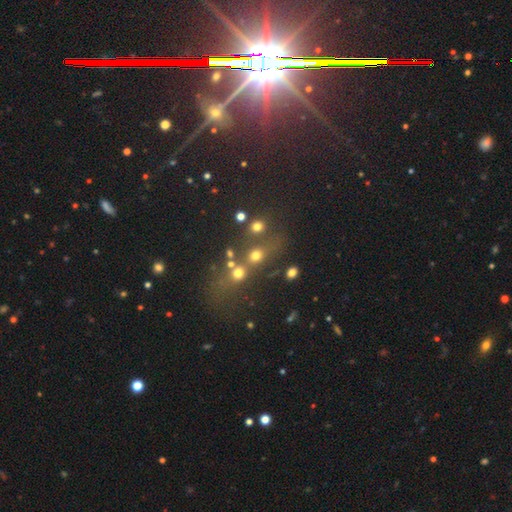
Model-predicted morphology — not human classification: The model was most divided on "merging": none: 42%, merger: 41%, minor disturbance: 9%, major disturbance: 8%. Remaining: smooth or featured — smooth (50%).